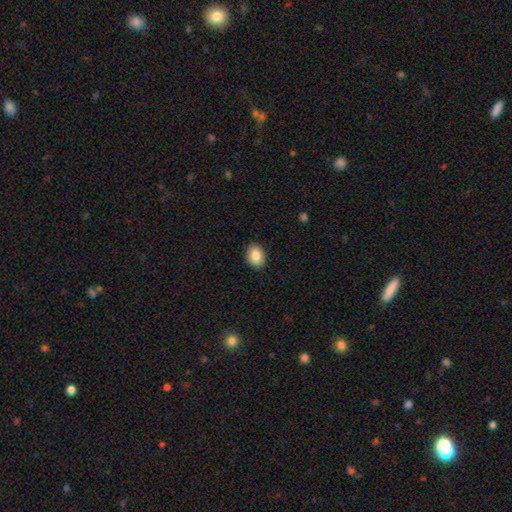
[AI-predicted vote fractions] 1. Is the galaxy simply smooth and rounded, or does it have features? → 86% smooth, 8% star or artifact, 6% featured or disk.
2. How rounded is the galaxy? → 61% in between, 38% round, 1% cigar-shaped.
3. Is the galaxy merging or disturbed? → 90% none, 7% minor disturbance, 2% major disturbance, 1% merger.